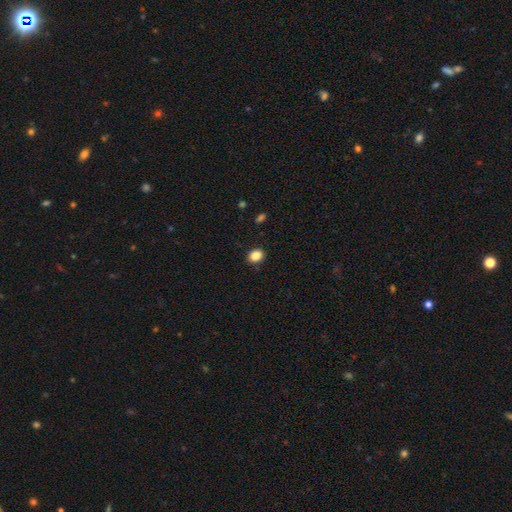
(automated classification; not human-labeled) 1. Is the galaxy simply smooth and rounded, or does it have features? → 88% smooth, 9% star or artifact, 3% featured or disk.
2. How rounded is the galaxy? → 53% in between, 46% round, 1% cigar-shaped.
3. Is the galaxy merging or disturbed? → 88% none, 9% minor disturbance, 2% major disturbance, 1% merger.